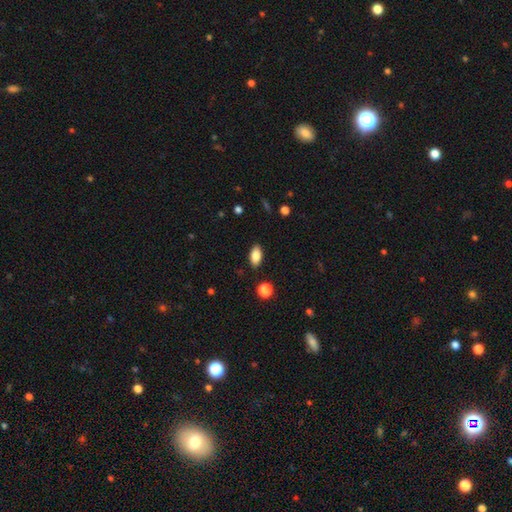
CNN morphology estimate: Smooth or featured? smooth (84%)
How rounded? in between (91%)
Merging? none (88%)